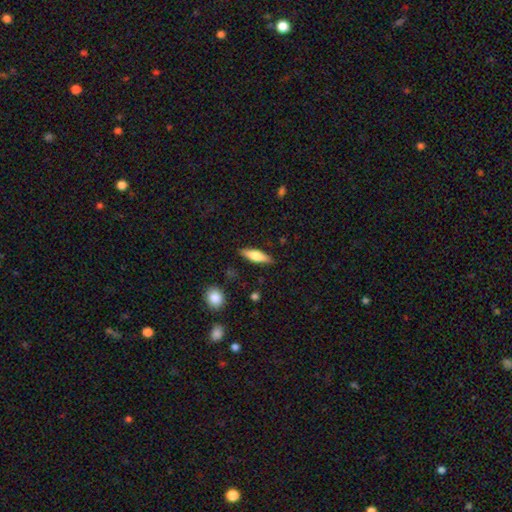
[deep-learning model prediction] Morphology: type=smooth (54%); roundness=cigar-shaped (59%); merging=none (87%).